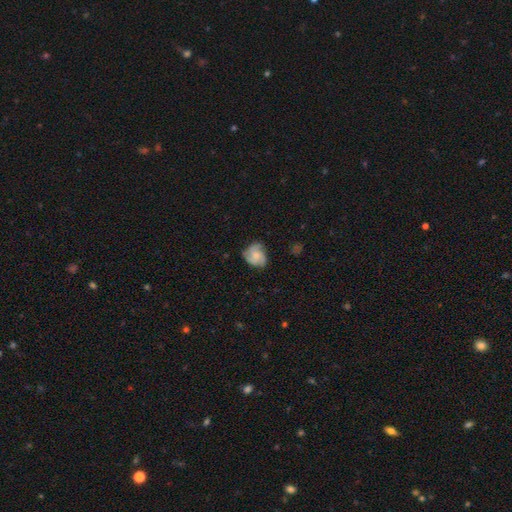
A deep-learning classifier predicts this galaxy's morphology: Smooth or featured? featured or disk (56%)
Edge-on disk? no (98%)
Bar? no (80%)
Spiral arms? yes (89%)
Bulge size? small (49%)
Merging? none (65%)